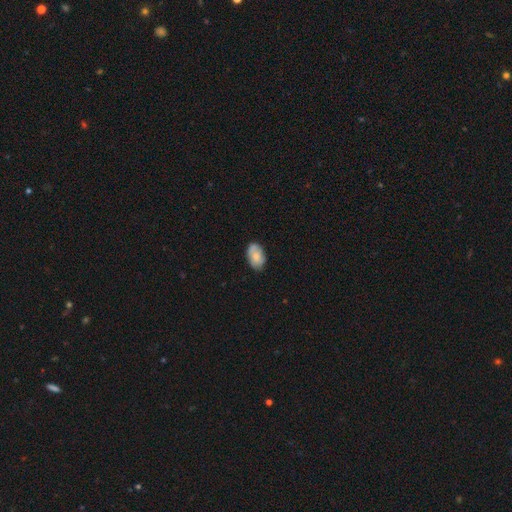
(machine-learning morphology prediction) smooth 72%, featured or disk 21%, star or artifact 7%. Down the decision tree: how rounded — in between (91%); merging — none (76%).